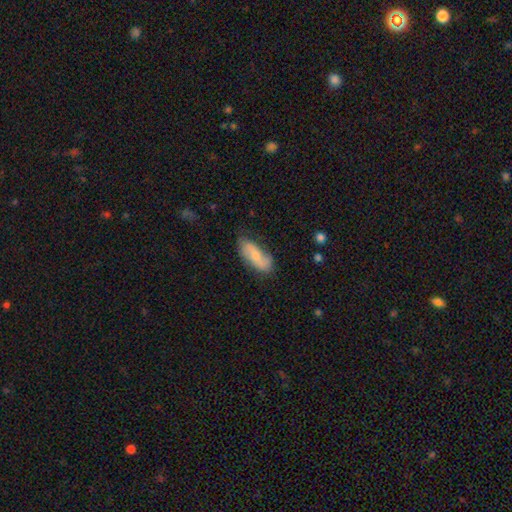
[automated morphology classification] smooth_or_featured: smooth (p=0.51) [alt: featured or disk p=0.43]
how_rounded: in between (p=0.80) [alt: cigar-shaped p=0.17]
merging: none (p=0.70) [alt: minor disturbance p=0.23]